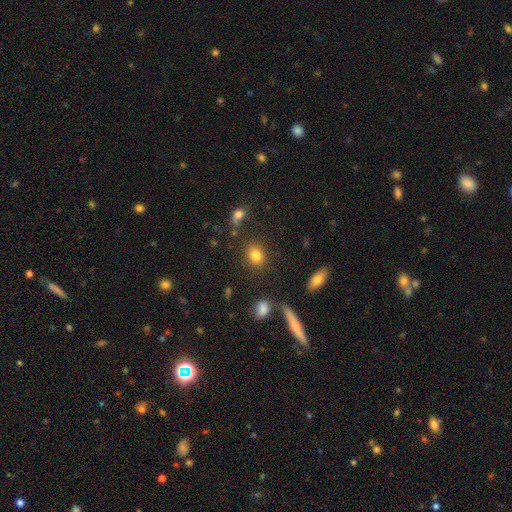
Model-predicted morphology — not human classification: Overall: smooth (82%). How rounded: round (53%; in between 46%). Merging: none (80%).